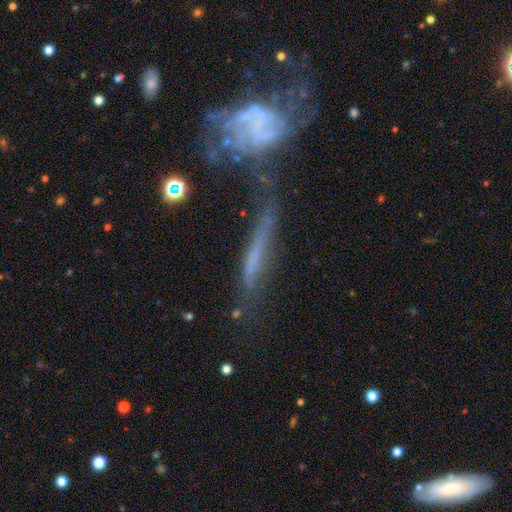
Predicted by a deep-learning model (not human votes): smooth_or_featured: featured or disk (p=0.54) [alt: smooth p=0.30]
disk_edge_on: yes (p=0.52) [alt: no p=0.48]
merging: none (p=0.35) [alt: merger p=0.25]